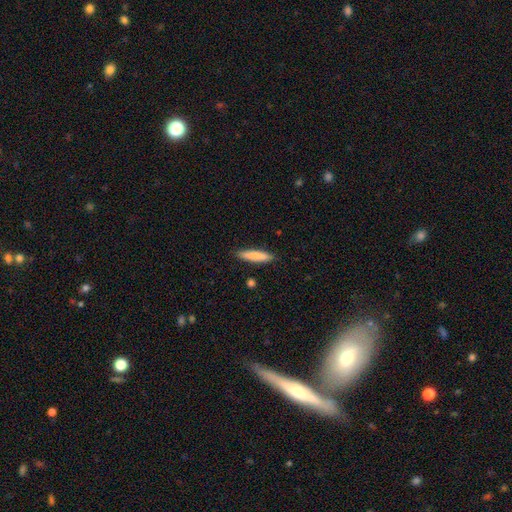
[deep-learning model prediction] This appears to be a smooth galaxy with no disk features (82%) that is cigar-shaped (86%). Merging: none (88%).